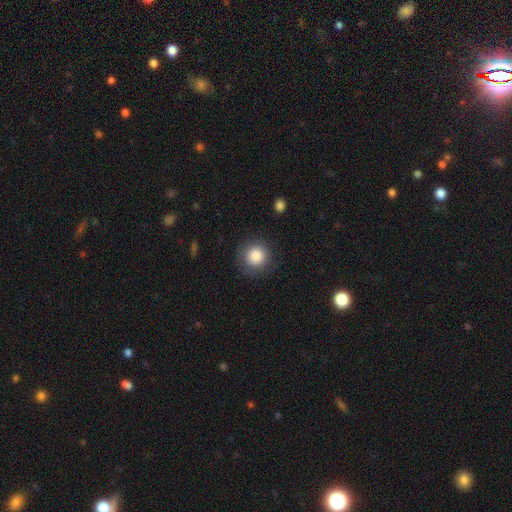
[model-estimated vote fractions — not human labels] This is clearly a smooth galaxy (86%). How rounded: clearly round (93%). Merging: clearly none (86%).